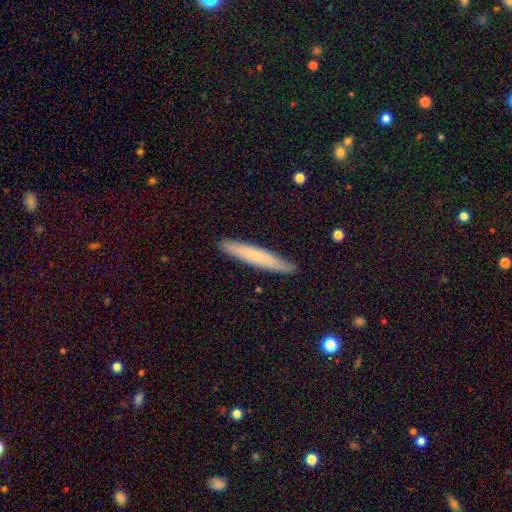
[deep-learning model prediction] smooth 68%, featured or disk 26%, star or artifact 6%. Down the decision tree: how rounded — cigar-shaped (94%); merging — none (88%).